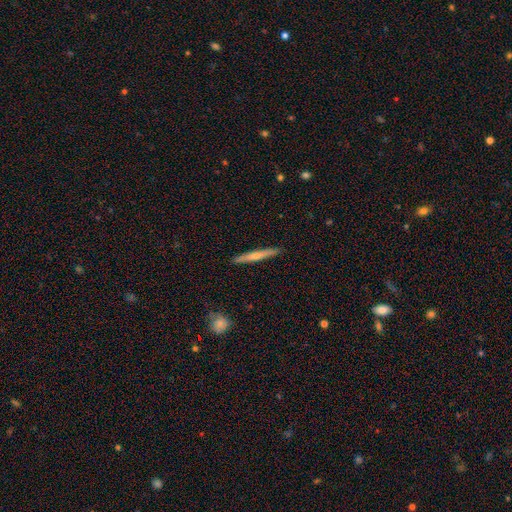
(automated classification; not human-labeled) Smooth or featured?
  - smooth: 49% *
  - featured or disk: 45%
  - star or artifact: 6%
Merging?
  - none: 91% *
  - minor disturbance: 7%
  - major disturbance: 1%
  - merger: 1%